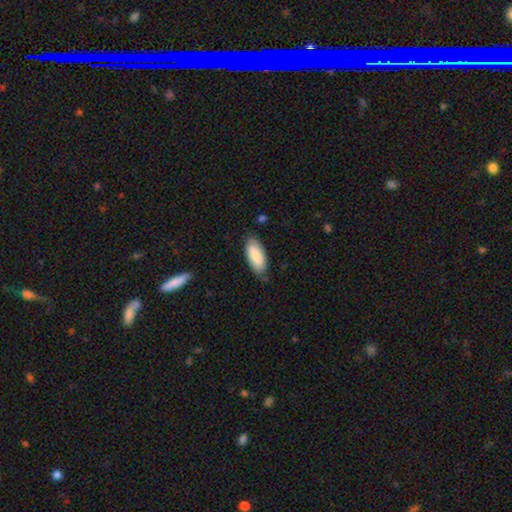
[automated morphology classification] Smooth or featured: smooth — 86% (featured or disk — 9%)
How rounded: in between — 87% (cigar-shaped — 11%)
Merging: none — 80% (minor disturbance — 16%)